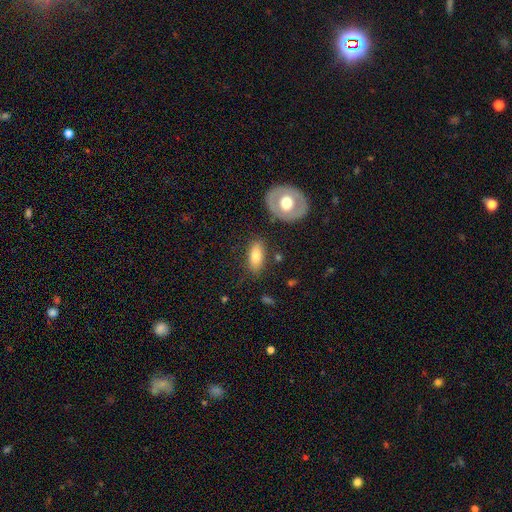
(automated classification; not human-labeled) A smooth galaxy with no disk features (72%) that is in between round and cigar-shaped (80%).

Vote fractions:
- Smooth or featured? smooth: 72% / featured or disk: 21% / star or artifact: 7%
- How rounded? in between: 80% / cigar-shaped: 15% / round: 5%
- Merging? none: 79% / minor disturbance: 13% / merger: 4% / major disturbance: 4%